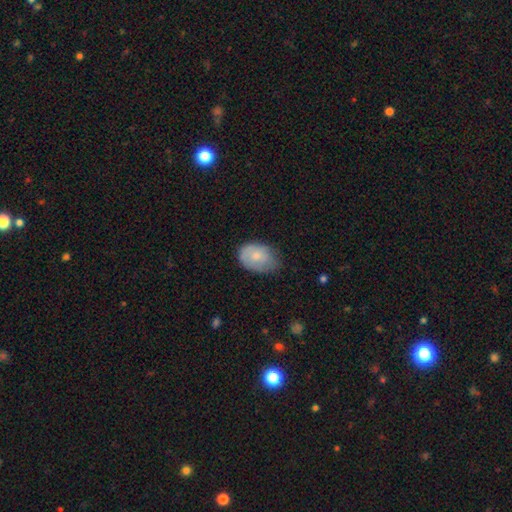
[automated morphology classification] type=smooth (72%); roundness=in between (84%); merging=none (49%).